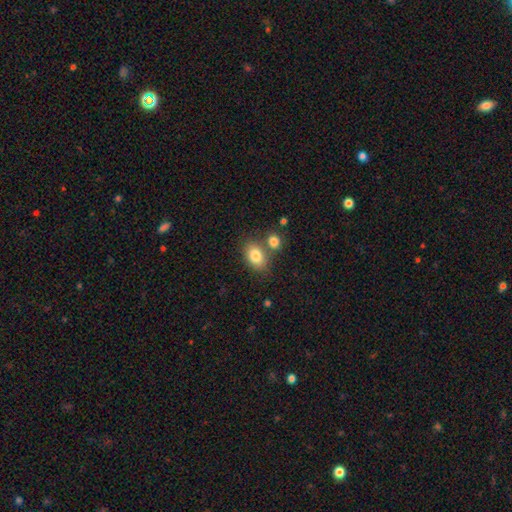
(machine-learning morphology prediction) smooth 82%, featured or disk 9%, star or artifact 8%. Down the decision tree: how rounded — in between (81%); merging — none (61%).